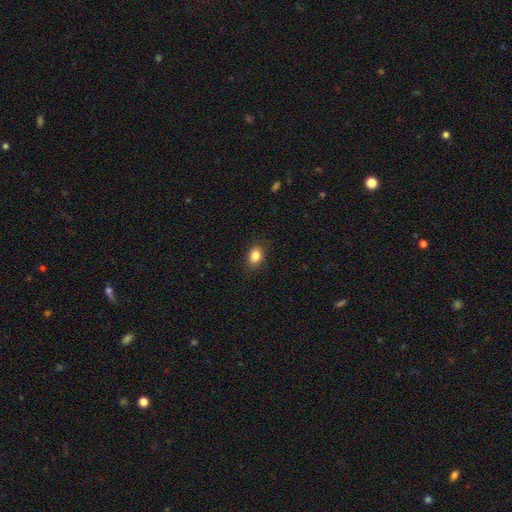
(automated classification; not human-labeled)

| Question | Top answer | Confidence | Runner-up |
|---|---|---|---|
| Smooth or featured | smooth | 85% | star or artifact (9%) |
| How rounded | in between | 73% | round (26%) |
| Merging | none | 85% | minor disturbance (11%) |